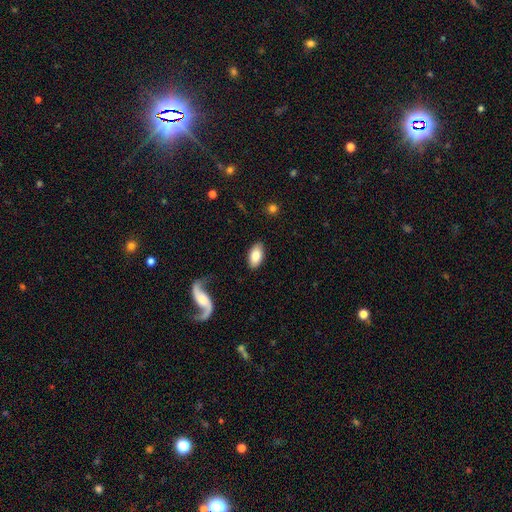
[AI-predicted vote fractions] smooth-or-featured: smooth: 78% | featured or disk: 15% | star or artifact: 6%
  how-rounded: in between: 94% | round: 4% | cigar-shaped: 2%
  merging: none: 85% | minor disturbance: 10% | major disturbance: 4% | merger: 2%